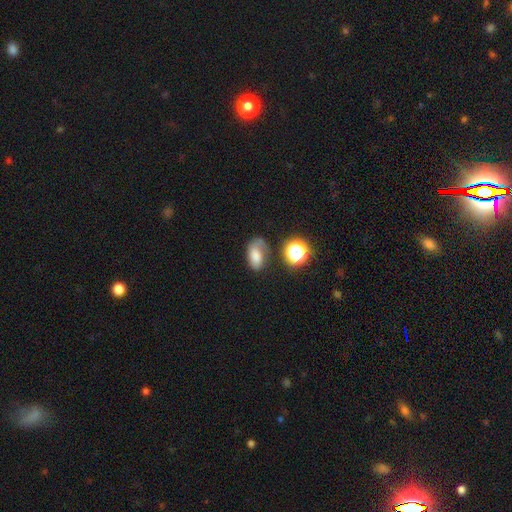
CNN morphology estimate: Smooth or featured: smooth — 67% (featured or disk — 19%)
How rounded: in between — 86% (round — 12%)
Merging: none — 46% (minor disturbance — 29%)